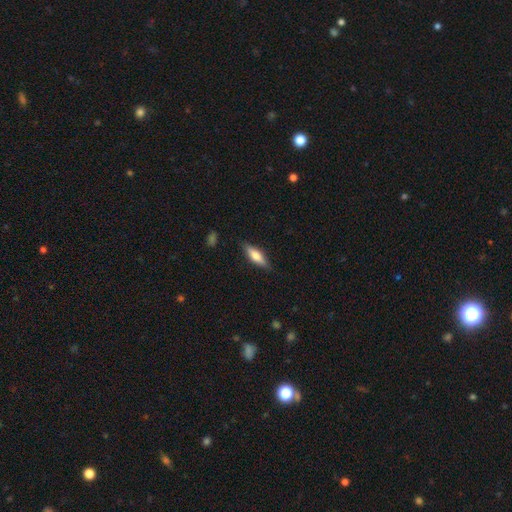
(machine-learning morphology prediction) Smooth or featured? smooth (62%)
How rounded? cigar-shaped (56%)
Merging? none (85%)